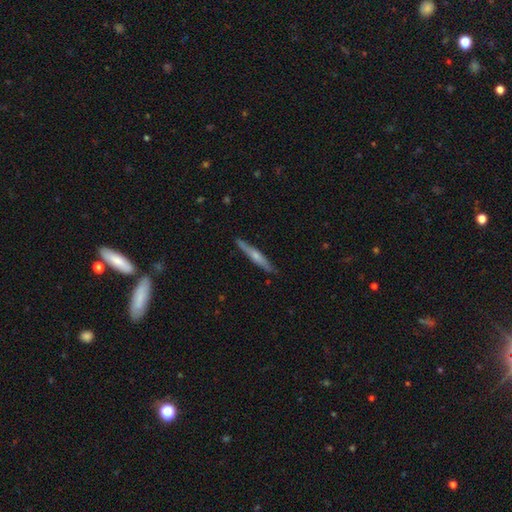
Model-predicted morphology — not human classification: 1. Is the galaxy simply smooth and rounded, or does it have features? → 51% featured or disk, 43% smooth, 6% star or artifact.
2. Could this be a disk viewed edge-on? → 94% yes, 6% no.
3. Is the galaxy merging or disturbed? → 86% none, 11% minor disturbance, 2% major disturbance, 1% merger.